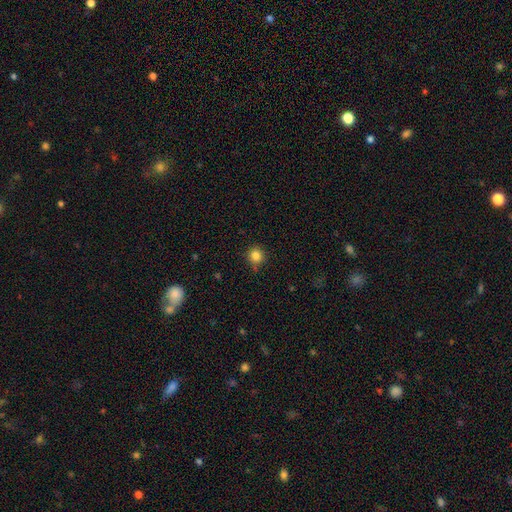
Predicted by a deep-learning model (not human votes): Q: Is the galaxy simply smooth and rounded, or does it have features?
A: smooth — 84%.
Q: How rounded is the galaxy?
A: round — 93%.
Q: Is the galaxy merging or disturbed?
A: none — 85%.